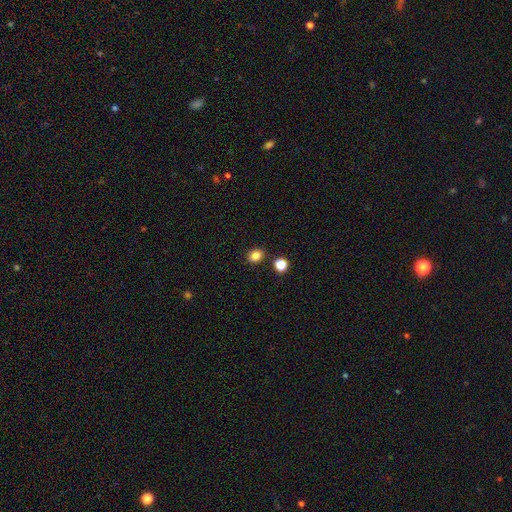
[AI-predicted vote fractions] Morphology: type=smooth (83%); roundness=round (62%); merging=none (84%).